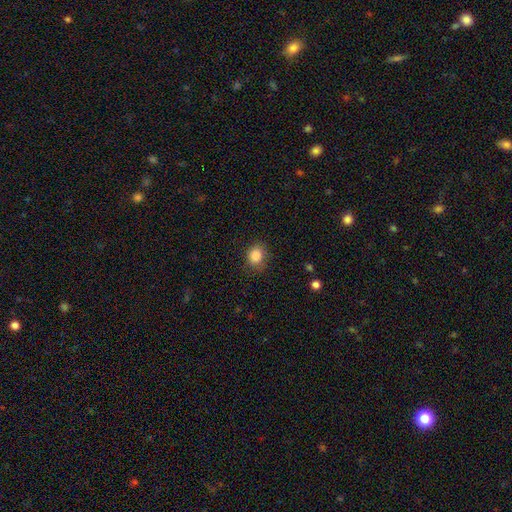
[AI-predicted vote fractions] Smooth or featured? Predicted: smooth (p=0.86). How rounded? Predicted: round (p=0.64). Merging? Predicted: none (p=0.80).